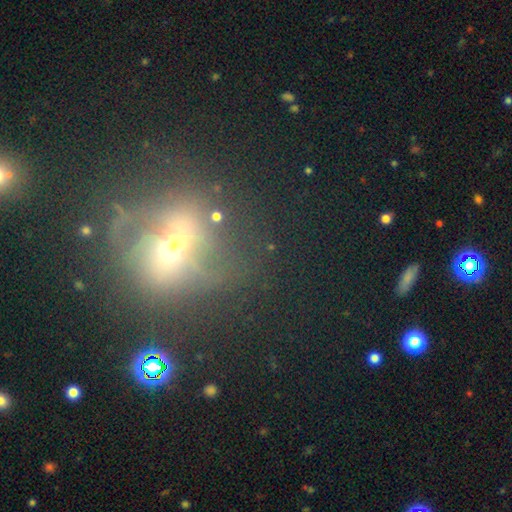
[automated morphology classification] Overall: featured or disk (39%; smooth 33%). Merging: none (55%; major disturbance 19%).